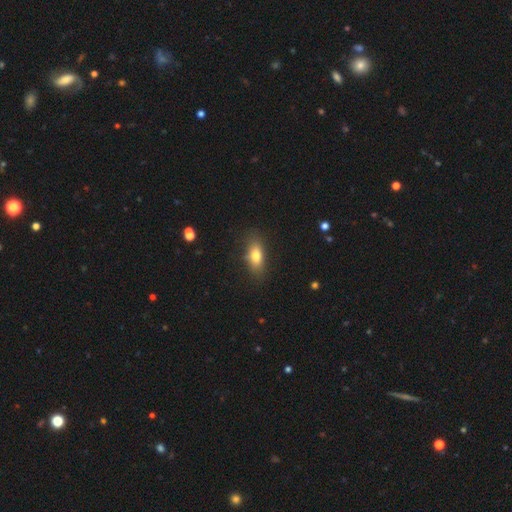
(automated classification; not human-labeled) Smooth or featured: smooth — 76% (featured or disk — 15%)
How rounded: in between — 80% (cigar-shaped — 13%)
Merging: none — 80% (minor disturbance — 14%)